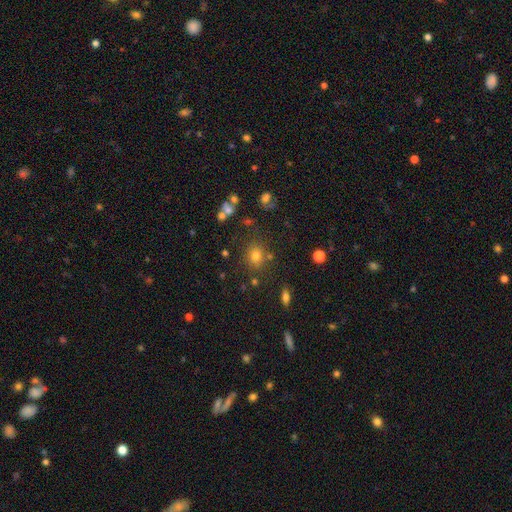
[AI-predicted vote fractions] The model was most divided on "how rounded": round: 67%, in between: 32%, cigar-shaped: 1%. More confident: merging — none (76%); smooth or featured — smooth (70%).